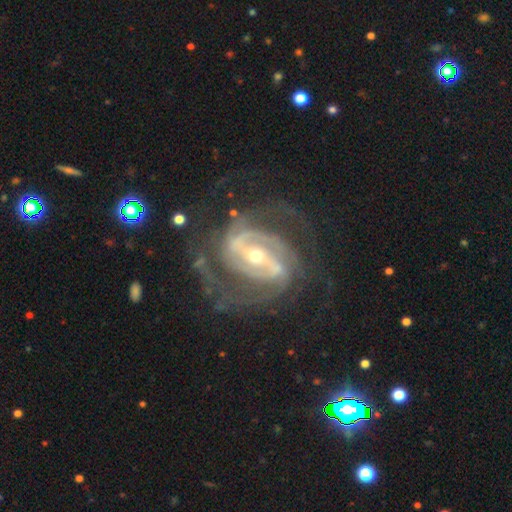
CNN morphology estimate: A featured or disk galaxy (91%) with a strong bar (61%), 2 (54%) medium (44%, tied with tight) spiral arms (97%) and a small central bulge (53%).

Vote fractions:
- Smooth or featured? featured or disk: 91% / star or artifact: 5% / smooth: 3%
- Edge-on disk? no: 97% / yes: 3%
- Bar? strong: 61% / weak: 27% / no: 11%
- Spiral arms? yes: 97% / no: 3%
- Spiral winding? medium: 44% (tied) / tight: 44% (tied) / loose: 11%
- Spiral arm count? 2: 54% / 3: 17% / can't tell: 13% / 4: 7% / more than 4: 4% / 1: 4%
- Bulge size? small: 53% / moderate: 42% / large: 2% / none: 1% / dominant: 1%
- Merging? none: 68% / minor disturbance: 16% / major disturbance: 15% / merger: 2%